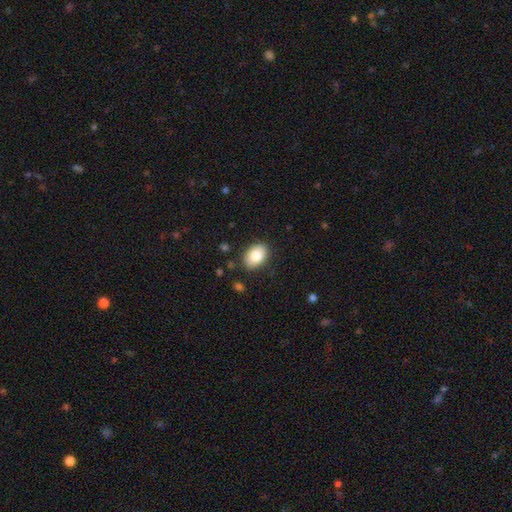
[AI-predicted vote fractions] The model was most divided on "how rounded": in between: 79%, round: 20%, cigar-shaped: 1%. More confident: merging — none (86%); smooth or featured — smooth (81%).